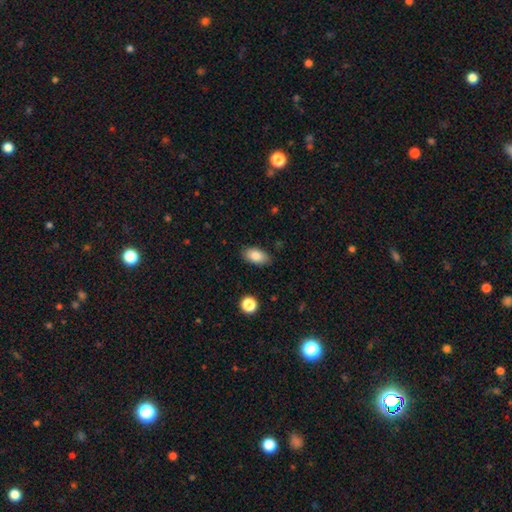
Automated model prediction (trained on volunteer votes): The model was most divided on "merging": none: 86%, minor disturbance: 11%, major disturbance: 2%, merger: 1%. More confident: how rounded — in between (92%); smooth or featured — smooth (84%).